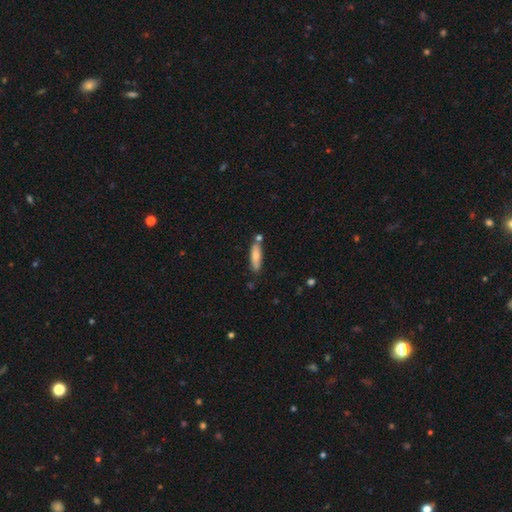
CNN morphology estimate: type=smooth (72%); roundness=cigar-shaped (59%); merging=none (71%).